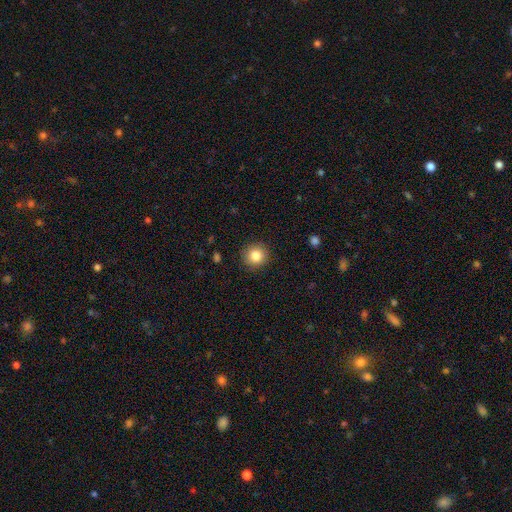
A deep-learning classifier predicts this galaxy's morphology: Q: Smooth or featured?
A: smooth (84%); runner-up: star or artifact (10%)
Q: How rounded?
A: round (92%); runner-up: in between (7%)
Q: Merging?
A: none (90%); runner-up: minor disturbance (7%)